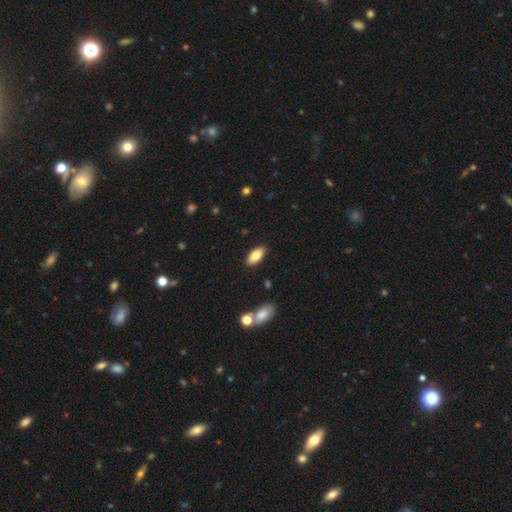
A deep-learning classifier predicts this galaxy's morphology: smooth 80%, featured or disk 14%, star or artifact 7%. Down the decision tree: how rounded — in between (89%); merging — none (88%).